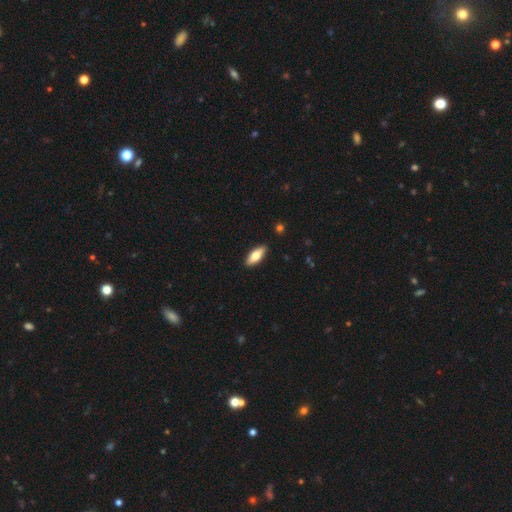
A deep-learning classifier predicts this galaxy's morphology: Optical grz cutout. It shows a smooth galaxy with no disk features (69%) that is in between round and cigar-shaped (71%). Merging: none (90%).